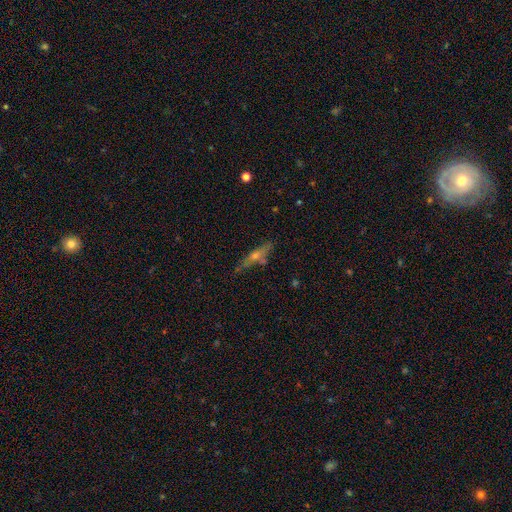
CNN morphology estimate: This is likely a featured or disk galaxy (62%). It is clearly viewed edge-on (90%). Edge-on bulge: clearly rounded (84%). Merging: likely none (74%).